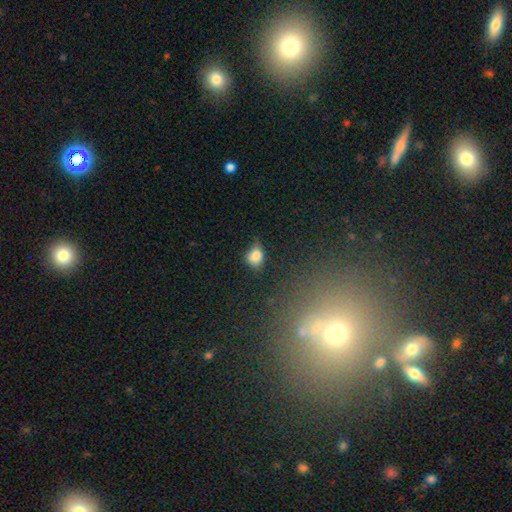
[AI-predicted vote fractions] A smooth galaxy with no disk features (80%) that is in between round and cigar-shaped (54%).

Vote fractions:
- Smooth or featured? smooth: 80% / star or artifact: 11% / featured or disk: 9%
- How rounded? in between: 54% / round: 44% / cigar-shaped: 2%
- Merging? minor disturbance: 41% / none: 39% / major disturbance: 14% / merger: 5%